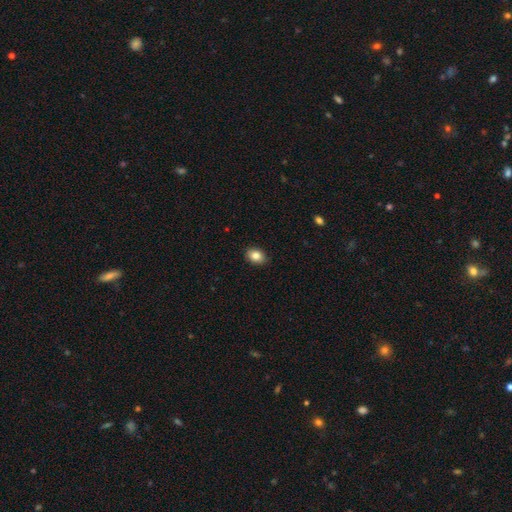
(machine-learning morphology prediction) Smooth or featured? Predicted: smooth (p=0.85). How rounded? Predicted: in between (p=0.71). Merging? Predicted: none (p=0.89).